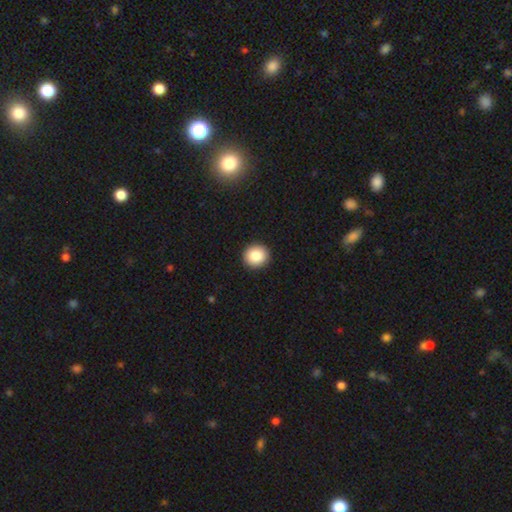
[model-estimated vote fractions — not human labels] Smooth or featured?
  - smooth: 86% *
  - star or artifact: 9%
  - featured or disk: 5%
How rounded?
  - round: 89% *
  - in between: 10%
  - cigar-shaped: 1%
Merging?
  - none: 93% *
  - minor disturbance: 5%
  - major disturbance: 1%
  - merger: 1%